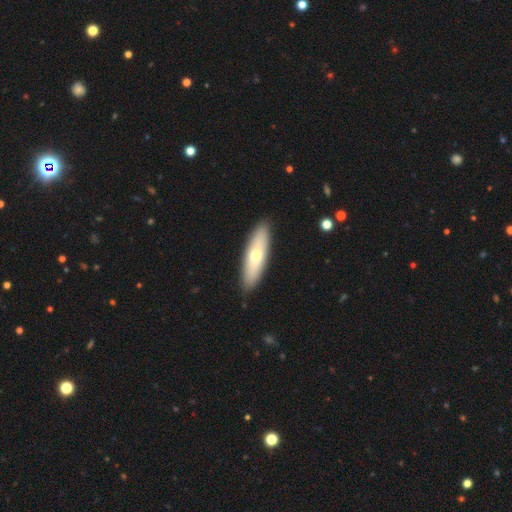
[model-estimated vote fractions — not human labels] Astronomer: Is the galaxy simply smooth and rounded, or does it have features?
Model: smooth — 60% (runner-up: featured or disk, 35%).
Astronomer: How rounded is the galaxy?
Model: cigar-shaped — 55% (runner-up: in between, 42%).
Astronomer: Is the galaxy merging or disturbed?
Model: none — 90%.